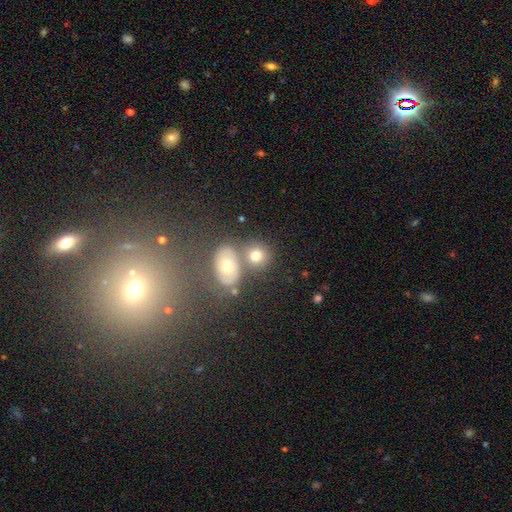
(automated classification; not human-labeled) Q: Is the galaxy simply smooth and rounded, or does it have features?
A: smooth — 70%.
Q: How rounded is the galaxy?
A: round — 69%.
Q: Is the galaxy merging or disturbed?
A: none — 55%.